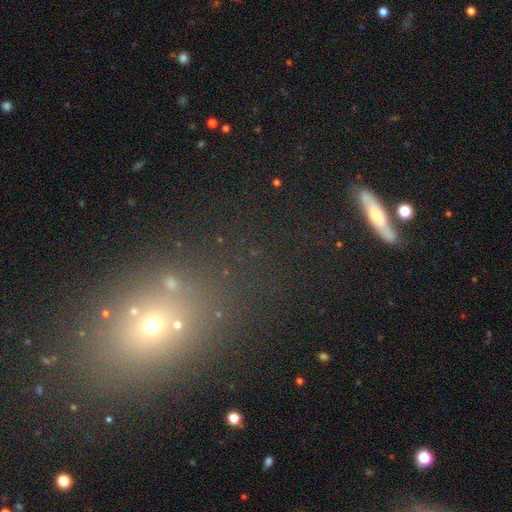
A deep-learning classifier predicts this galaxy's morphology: The model was most divided on "smooth or featured": smooth: 41%, star or artifact: 38%, featured or disk: 21%. More confident: merging — none (68%).